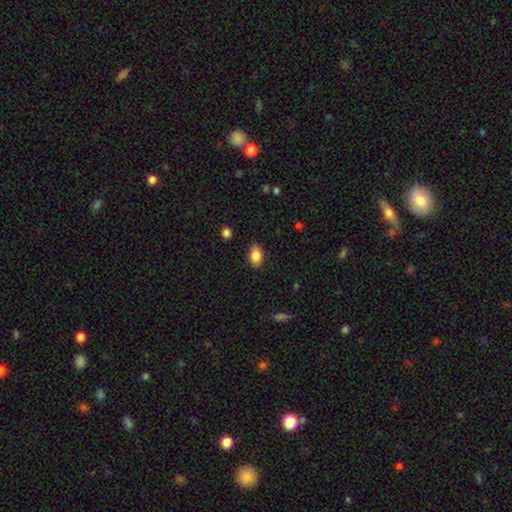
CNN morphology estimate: smooth_or_featured: smooth (p=0.85) [alt: star or artifact p=0.08]
how_rounded: in between (p=0.86) [alt: round p=0.12]
merging: none (p=0.87) [alt: minor disturbance p=0.10]